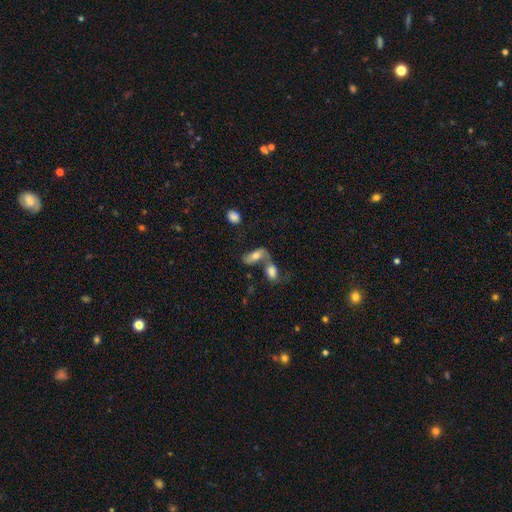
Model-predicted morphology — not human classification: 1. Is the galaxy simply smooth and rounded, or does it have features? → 40% smooth, 30% star or artifact, 30% featured or disk.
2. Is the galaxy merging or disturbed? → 40% none, 39% merger, 11% minor disturbance, 10% major disturbance.